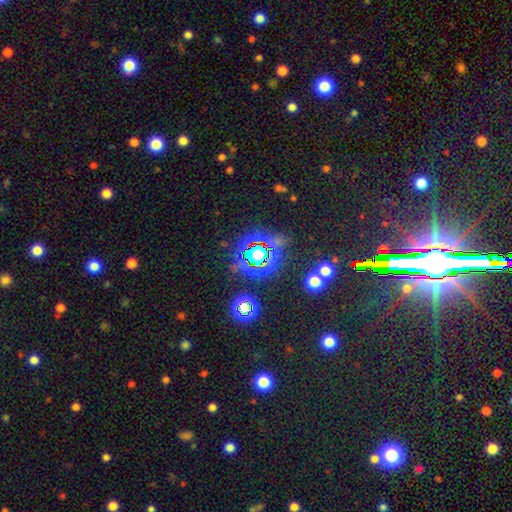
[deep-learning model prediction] Morphology: type=star or artifact (81%).